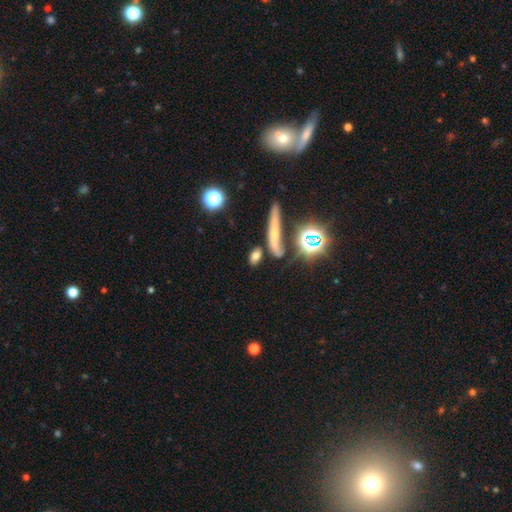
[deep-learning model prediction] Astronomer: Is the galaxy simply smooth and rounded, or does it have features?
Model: smooth — 65%.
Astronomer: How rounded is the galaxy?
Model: in between — 56%.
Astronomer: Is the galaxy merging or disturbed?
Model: none — 61%.